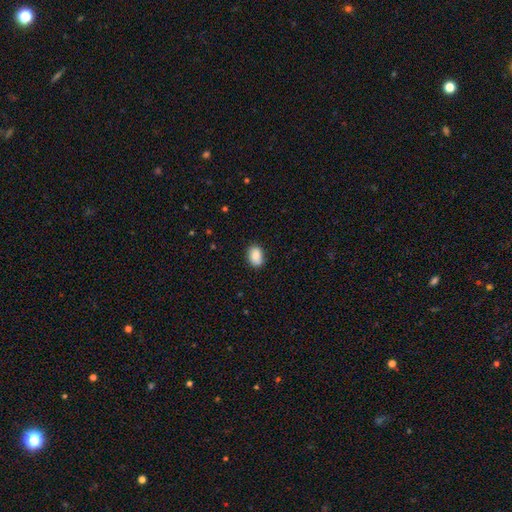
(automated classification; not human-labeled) Smooth or featured? smooth (85%)
How rounded? in between (82%)
Merging? none (81%)